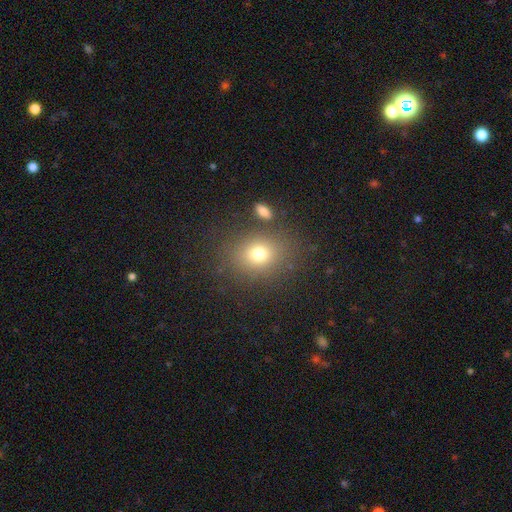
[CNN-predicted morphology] Smooth or featured? Predicted: smooth (p=0.64). How rounded? Predicted: round (p=0.59). Merging? Predicted: none (p=0.84).